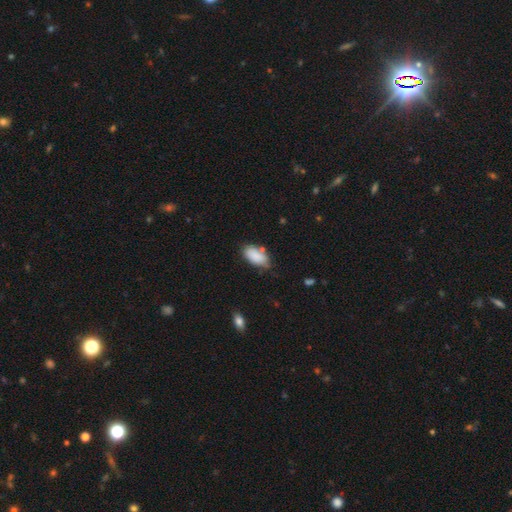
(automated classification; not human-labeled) smooth_or_featured: smooth (p=0.87) [alt: star or artifact p=0.07]
how_rounded: in between (p=0.93) [alt: cigar-shaped p=0.05]
merging: none (p=0.68) [alt: minor disturbance p=0.22]